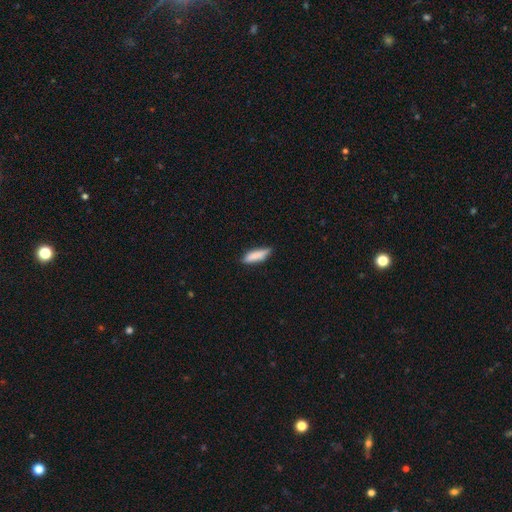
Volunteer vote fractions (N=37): Volunteers were most divided on "how rounded": in between: 52%, cigar-shaped: 48%, round: 0%. More confident: smooth or featured — smooth (84%); merging — none (71%).